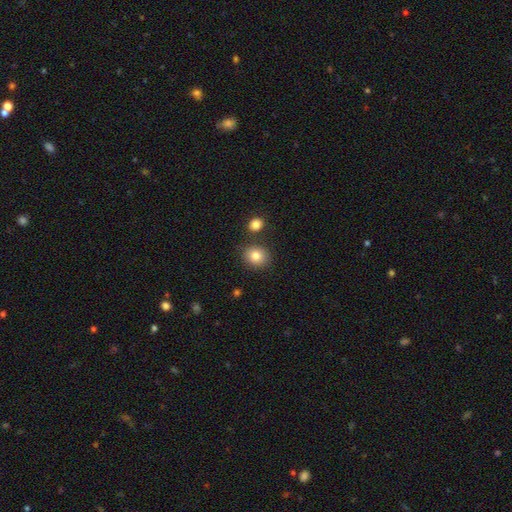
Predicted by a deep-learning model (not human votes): Morphology: type=smooth (83%); roundness=round (71%); merging=none (81%).